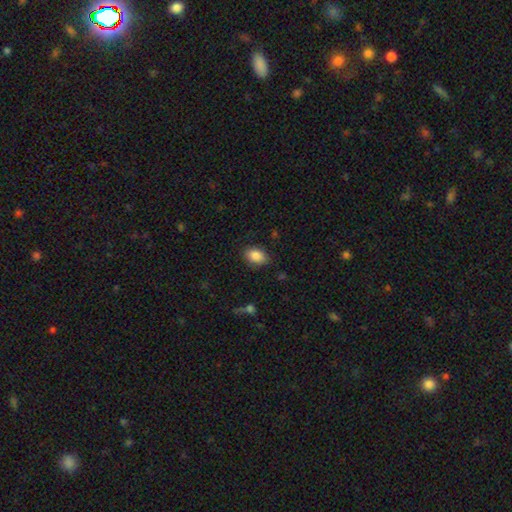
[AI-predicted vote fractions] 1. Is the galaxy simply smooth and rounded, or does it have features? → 86% smooth, 8% star or artifact, 6% featured or disk.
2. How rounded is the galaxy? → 84% in between, 15% round, 1% cigar-shaped.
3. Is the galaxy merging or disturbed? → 84% none, 11% minor disturbance, 3% major disturbance, 1% merger.